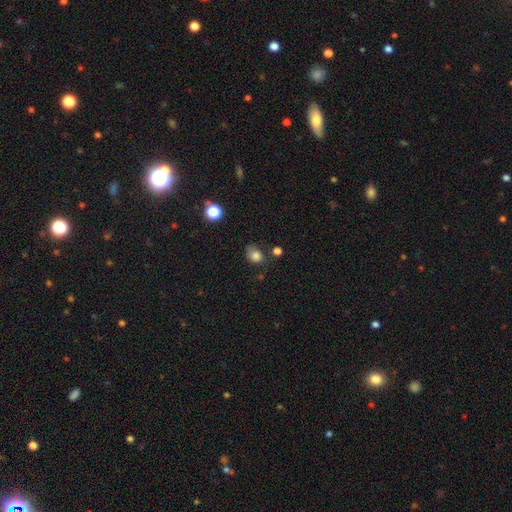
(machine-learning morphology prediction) Smooth or featured? Predicted: smooth (p=0.80). How rounded? Predicted: in between (p=0.52). Merging? Predicted: none (p=0.48).